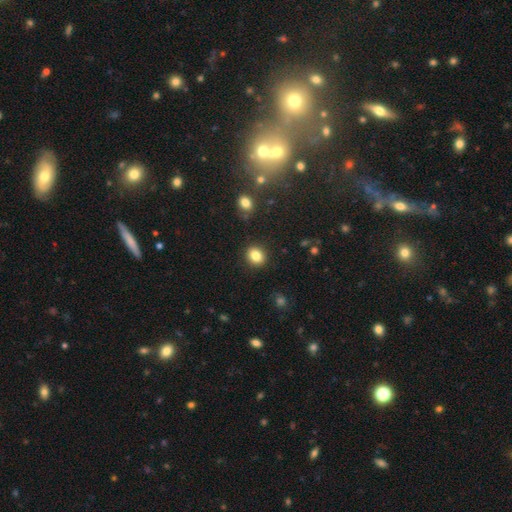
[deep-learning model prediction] This is clearly a smooth galaxy (84%). How rounded: likely round (69%). Merging: clearly none (90%).